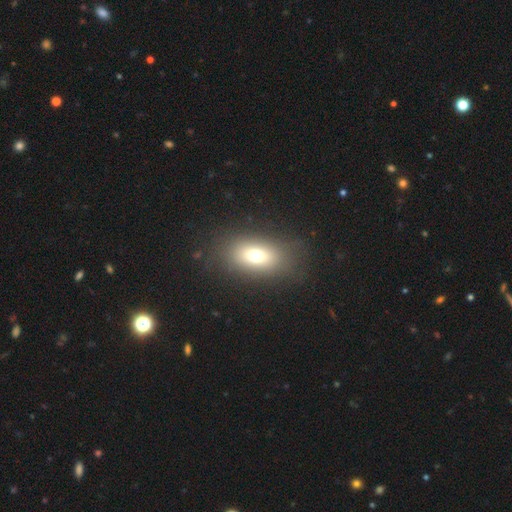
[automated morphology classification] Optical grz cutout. It shows a smooth galaxy with no disk features (70%) that is in between round and cigar-shaped (80%). Merging: none (81%).